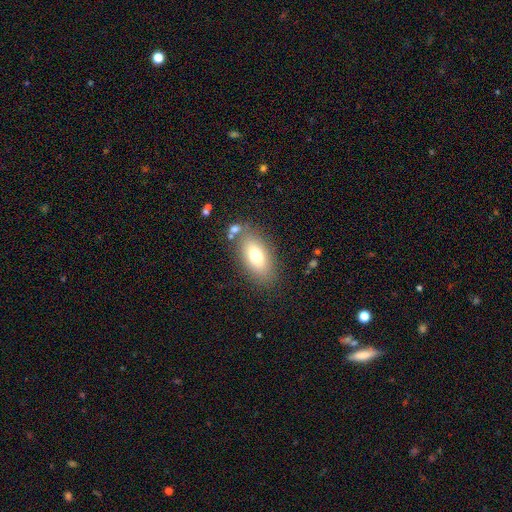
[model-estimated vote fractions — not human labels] Smooth or featured?
  - smooth: 71% *
  - featured or disk: 19%
  - star or artifact: 9%
How rounded?
  - in between: 87% *
  - cigar-shaped: 7%
  - round: 6%
Merging?
  - none: 77% *
  - minor disturbance: 12%
  - merger: 6%
  - major disturbance: 4%